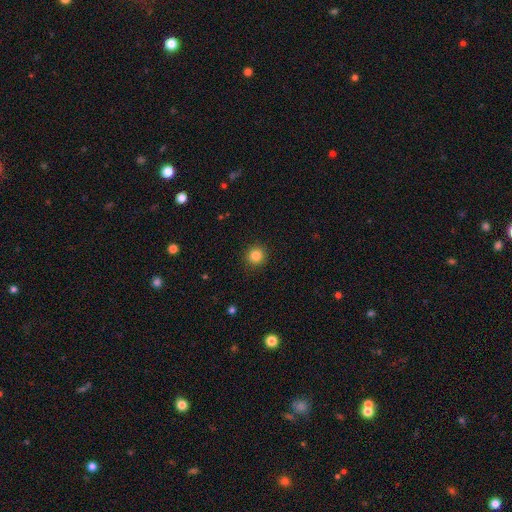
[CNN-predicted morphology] This is clearly a smooth galaxy (84%). How rounded: clearly round (93%). Merging: clearly none (91%).